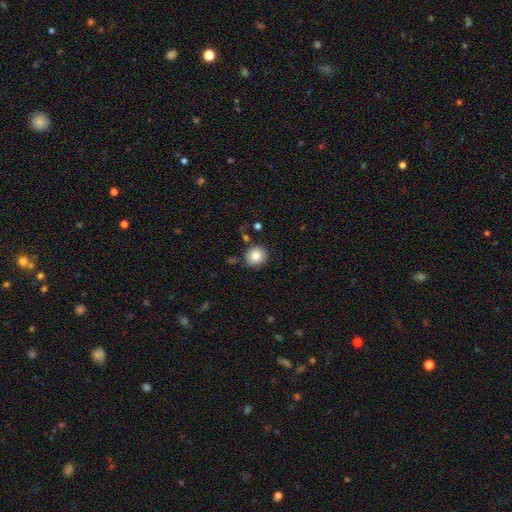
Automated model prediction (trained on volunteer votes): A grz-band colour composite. It shows a smooth galaxy with no disk features (83%) that is round (84%). Merging: none (84%).